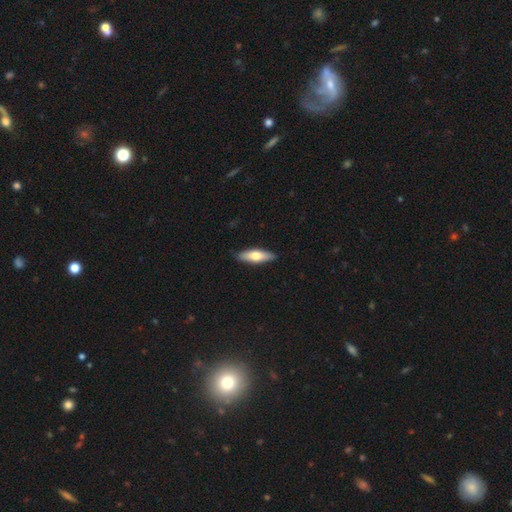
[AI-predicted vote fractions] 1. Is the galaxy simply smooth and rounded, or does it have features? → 64% smooth, 31% featured or disk, 5% star or artifact.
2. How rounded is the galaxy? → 52% cigar-shaped, 46% in between, 2% round.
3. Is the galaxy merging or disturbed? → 89% none, 8% minor disturbance, 2% major disturbance, 1% merger.